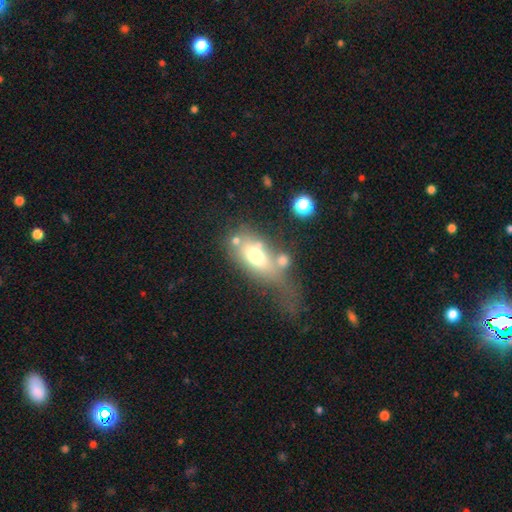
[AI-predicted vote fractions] Smooth or featured? smooth (61%)
How rounded? in between (81%)
Merging? major disturbance (29%)